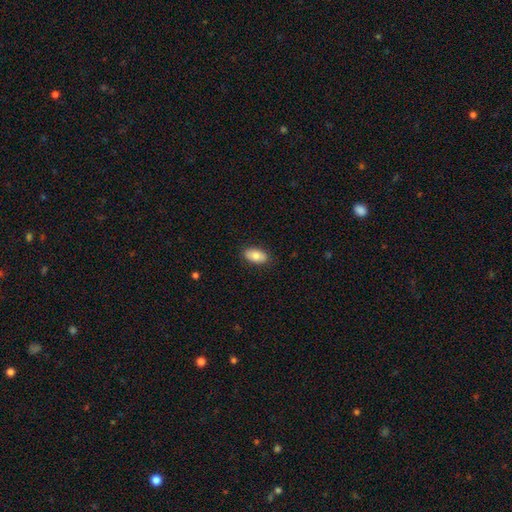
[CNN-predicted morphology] A smooth galaxy with no disk features (83%) that is in between round and cigar-shaped (94%). Merging: none (87%).